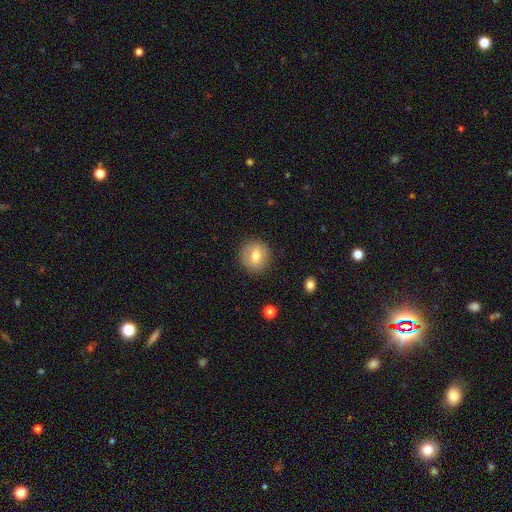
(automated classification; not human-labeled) smooth-or-featured: smooth: 67% | featured or disk: 24% | star or artifact: 9%
  how-rounded: round: 86% | in between: 13% | cigar-shaped: 1%
  merging: none: 87% | minor disturbance: 9% | major disturbance: 3% | merger: 1%